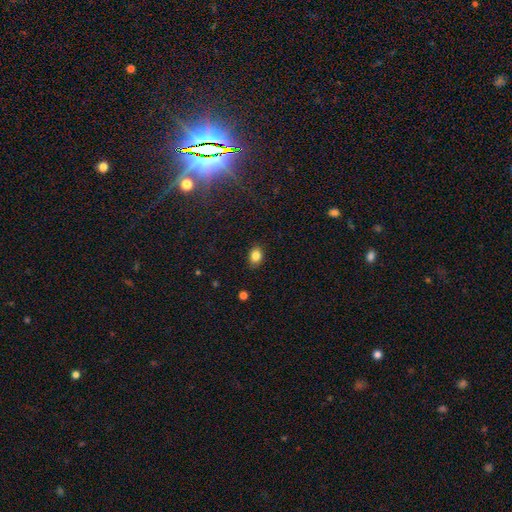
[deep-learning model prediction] Smooth or featured?
  - smooth: 84% *
  - star or artifact: 10%
  - featured or disk: 6%
How rounded?
  - in between: 63% *
  - round: 36%
  - cigar-shaped: 1%
Merging?
  - none: 86% *
  - minor disturbance: 11%
  - major disturbance: 2%
  - merger: 1%